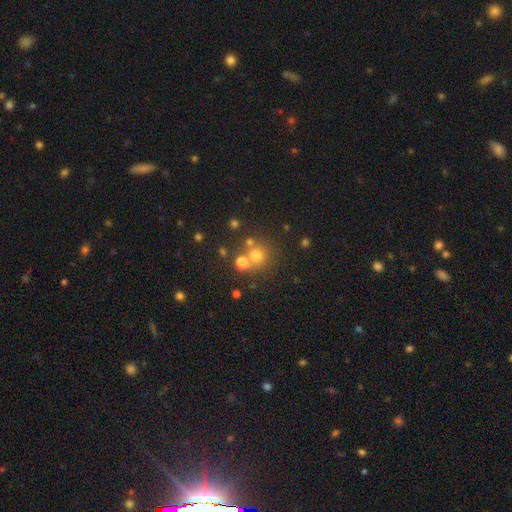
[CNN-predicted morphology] smooth 65%, star or artifact 24%, featured or disk 11%. Down the decision tree: how rounded — round (90%); merging — none (66%).